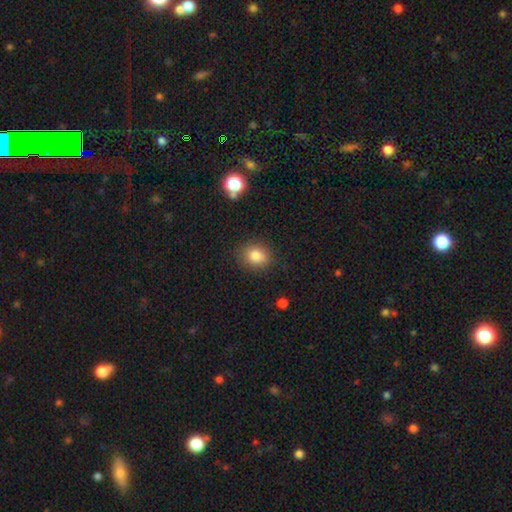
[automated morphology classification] Overall: smooth (82%). How rounded: round (58%; in between 41%). Merging: none (86%).